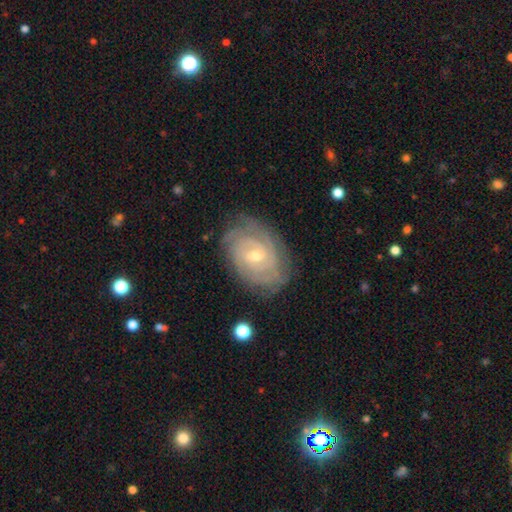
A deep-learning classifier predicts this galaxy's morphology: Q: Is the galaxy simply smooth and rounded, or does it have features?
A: featured or disk — 86%.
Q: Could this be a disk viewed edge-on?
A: no — 97%.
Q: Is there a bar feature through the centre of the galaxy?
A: weak — 45%.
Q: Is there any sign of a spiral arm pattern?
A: yes — 96%.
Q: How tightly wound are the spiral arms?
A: tight — 79%.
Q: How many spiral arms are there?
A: can't tell — 34%.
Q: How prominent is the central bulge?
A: small — 54%.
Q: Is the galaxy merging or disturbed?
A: none — 78%.